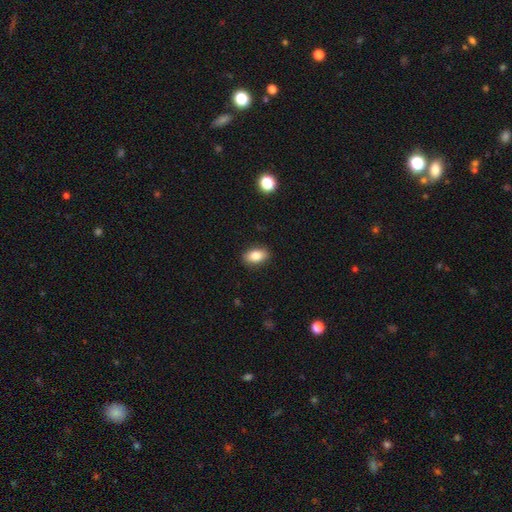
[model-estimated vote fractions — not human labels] Q: Smooth or featured?
A: smooth (85%); runner-up: star or artifact (8%)
Q: How rounded?
A: in between (89%); runner-up: round (9%)
Q: Merging?
A: none (89%); runner-up: minor disturbance (8%)